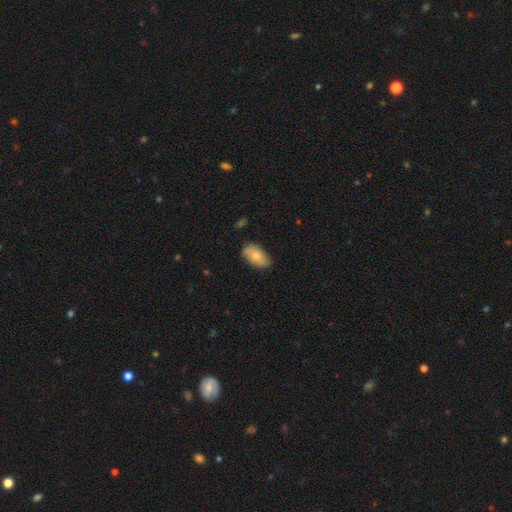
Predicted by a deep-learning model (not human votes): smooth_or_featured: smooth (p=0.76) [alt: featured or disk p=0.18]
how_rounded: in between (p=0.93) [alt: round p=0.04]
merging: none (p=0.75) [alt: minor disturbance p=0.20]